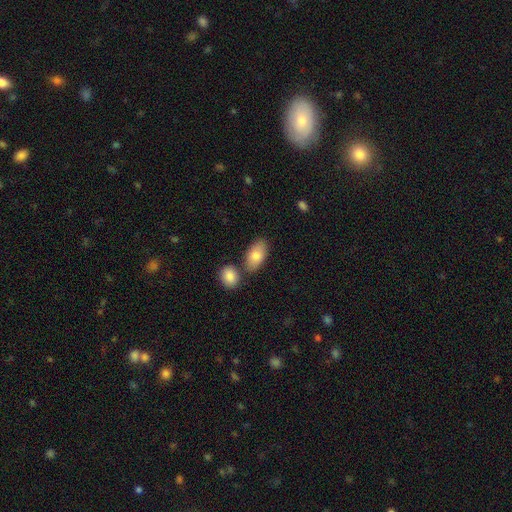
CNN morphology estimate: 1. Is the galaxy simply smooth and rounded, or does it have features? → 82% smooth, 12% featured or disk, 6% star or artifact.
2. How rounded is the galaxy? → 93% in between, 4% round, 3% cigar-shaped.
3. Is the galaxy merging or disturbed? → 68% none, 17% merger, 12% minor disturbance, 3% major disturbance.